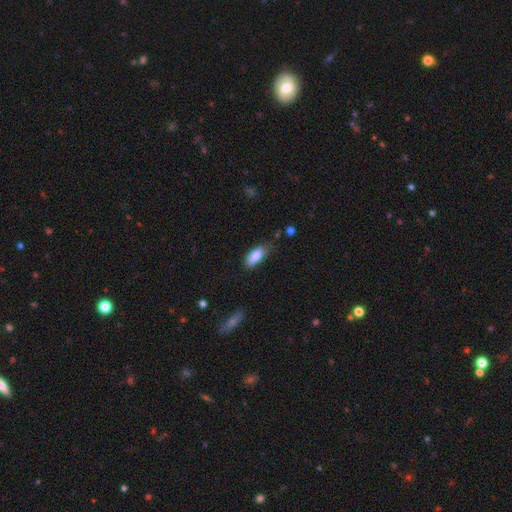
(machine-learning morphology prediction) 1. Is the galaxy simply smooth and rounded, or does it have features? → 82% smooth, 10% featured or disk, 7% star or artifact.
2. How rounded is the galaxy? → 81% in between, 16% cigar-shaped, 2% round.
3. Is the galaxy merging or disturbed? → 59% none, 31% minor disturbance, 8% major disturbance, 2% merger.